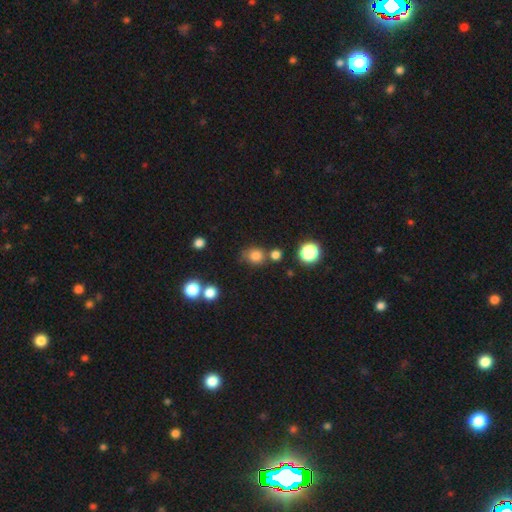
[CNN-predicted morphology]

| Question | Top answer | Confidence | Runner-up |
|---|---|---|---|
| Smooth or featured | smooth | 80% | star or artifact (14%) |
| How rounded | round | 75% | in between (24%) |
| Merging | none | 67% | minor disturbance (16%) |